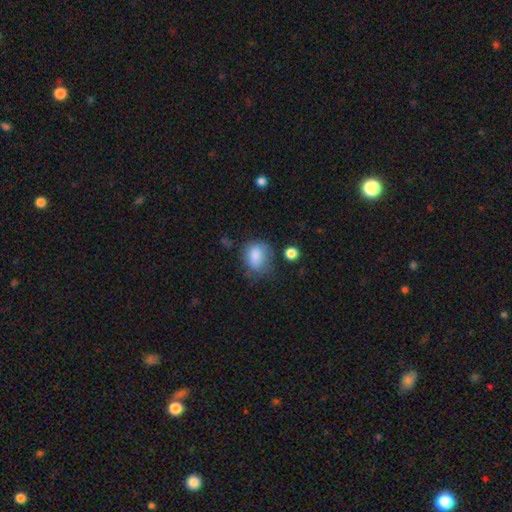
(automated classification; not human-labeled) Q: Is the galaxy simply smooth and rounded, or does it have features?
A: smooth — 82%.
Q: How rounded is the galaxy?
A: in between — 53%.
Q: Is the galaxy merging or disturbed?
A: none — 51%.